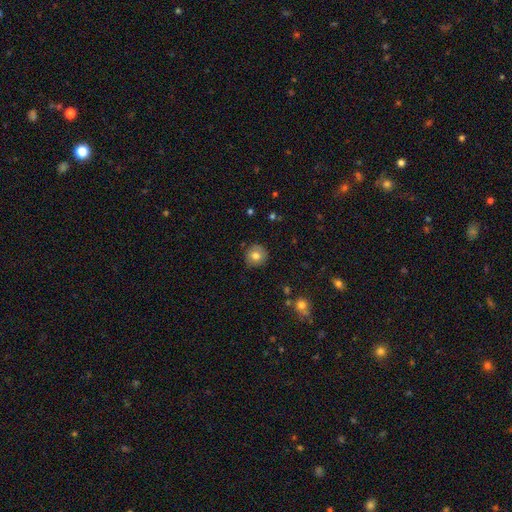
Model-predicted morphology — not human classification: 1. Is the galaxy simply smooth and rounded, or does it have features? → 78% smooth, 13% featured or disk, 10% star or artifact.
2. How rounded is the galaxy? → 91% round, 8% in between, 1% cigar-shaped.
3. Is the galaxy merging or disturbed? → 85% none, 12% minor disturbance, 2% major disturbance, 1% merger.